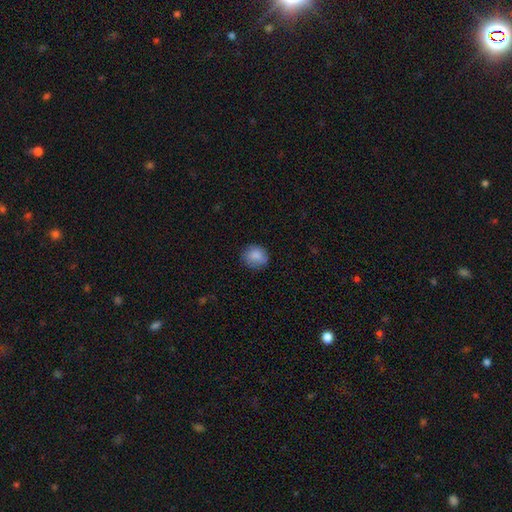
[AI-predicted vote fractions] This is clearly a smooth galaxy (86%). How rounded: likely round (75%). Merging: clearly none (81%).